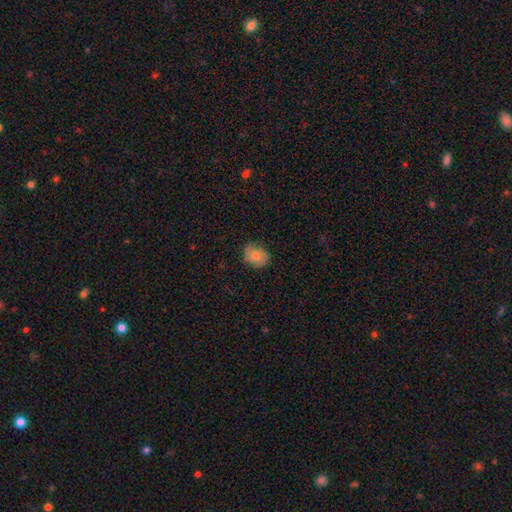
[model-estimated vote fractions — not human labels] This appears to be a smooth galaxy with no disk features (71%) that is round (50%). Merging: none (72%).